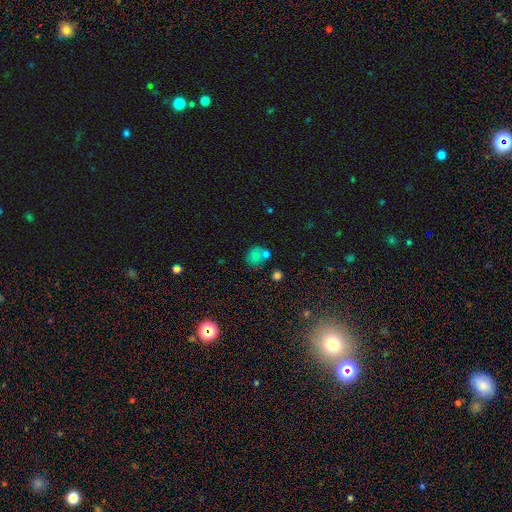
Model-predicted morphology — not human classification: Overall: smooth (61%; star or artifact 25%). How rounded: round (78%). Merging: none (58%; merger 20%).